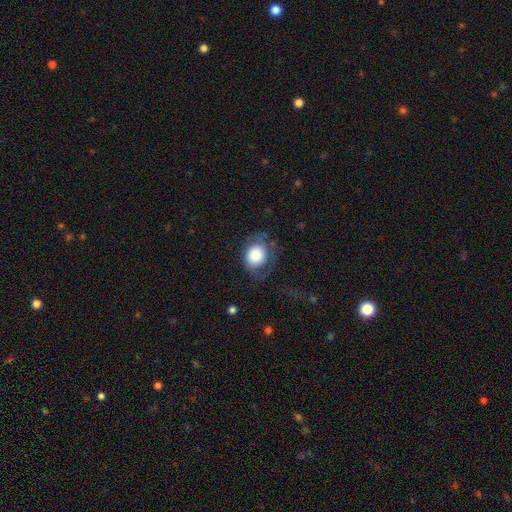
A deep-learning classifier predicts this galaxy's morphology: Smooth or featured? smooth (79%)
How rounded? round (57%)
Merging? none (47%)